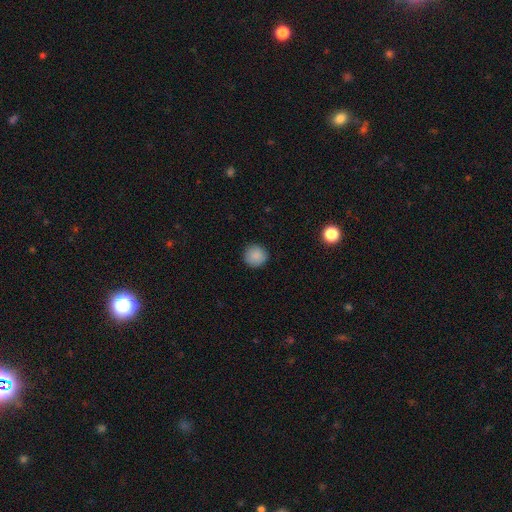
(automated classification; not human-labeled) Smooth or featured? Predicted: smooth (p=0.88). How rounded? Predicted: round (p=0.94). Merging? Predicted: none (p=0.91).